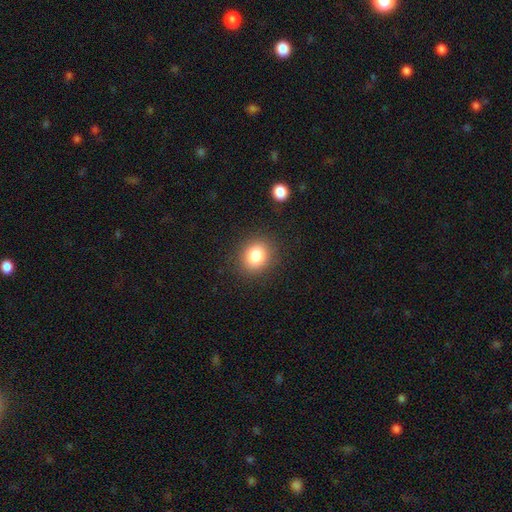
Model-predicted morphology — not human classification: Smooth or featured? Predicted: smooth (p=0.83). How rounded? Predicted: round (p=0.68). Merging? Predicted: none (p=0.87).